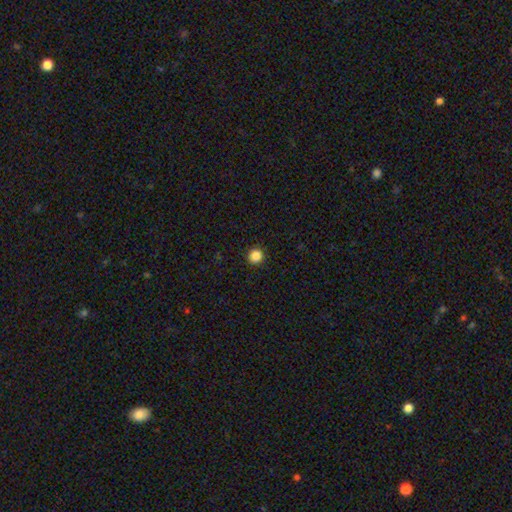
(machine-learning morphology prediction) smooth_or_featured: smooth (p=0.86) [alt: star or artifact p=0.11]
how_rounded: round (p=0.95) [alt: in between p=0.04]
merging: none (p=0.93) [alt: minor disturbance p=0.04]